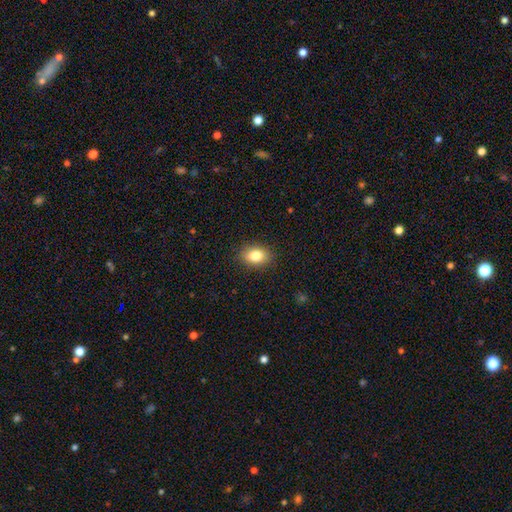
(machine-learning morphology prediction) Q: Smooth or featured?
A: smooth (82%); runner-up: star or artifact (9%)
Q: How rounded?
A: in between (74%); runner-up: round (24%)
Q: Merging?
A: none (87%); runner-up: minor disturbance (10%)